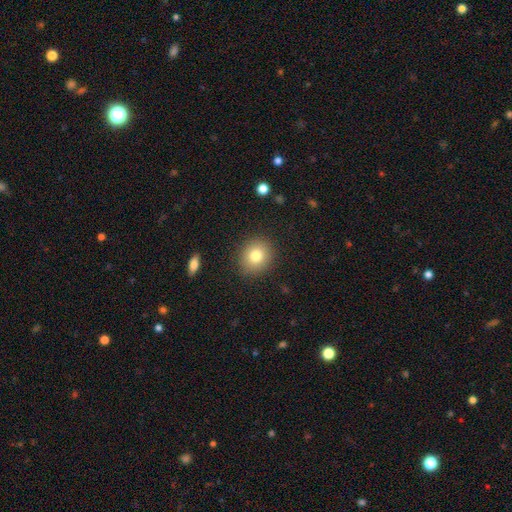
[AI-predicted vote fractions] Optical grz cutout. It shows a smooth galaxy with no disk features (79%) that is round (76%). Merging: none (89%).